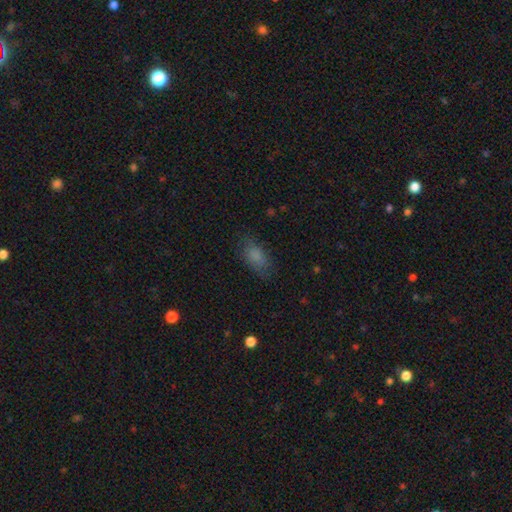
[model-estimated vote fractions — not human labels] Q: Smooth or featured?
A: smooth (82%); runner-up: star or artifact (9%)
Q: How rounded?
A: in between (87%); runner-up: cigar-shaped (8%)
Q: Merging?
A: none (78%); runner-up: minor disturbance (16%)